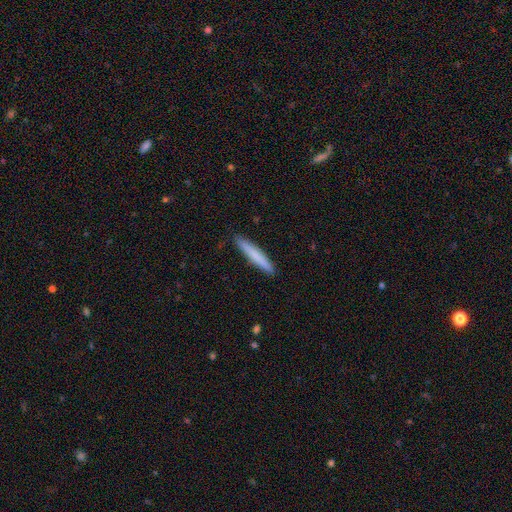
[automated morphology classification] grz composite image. It shows a smooth galaxy with no disk features (76%) that is cigar-shaped (95%). Merging: none (90%).